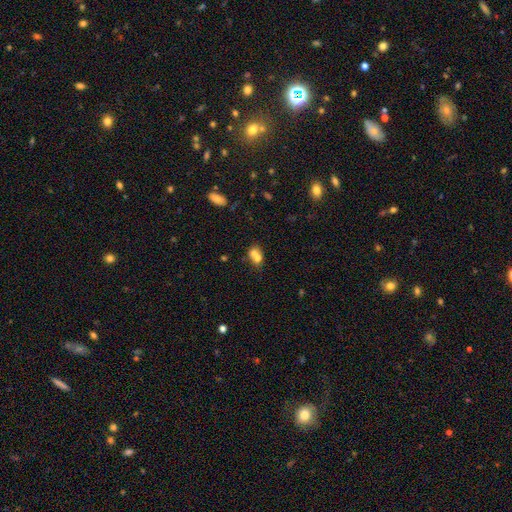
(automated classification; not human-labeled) A smooth galaxy with no disk features (67%) that is round (59%). Merging: merger (66%).